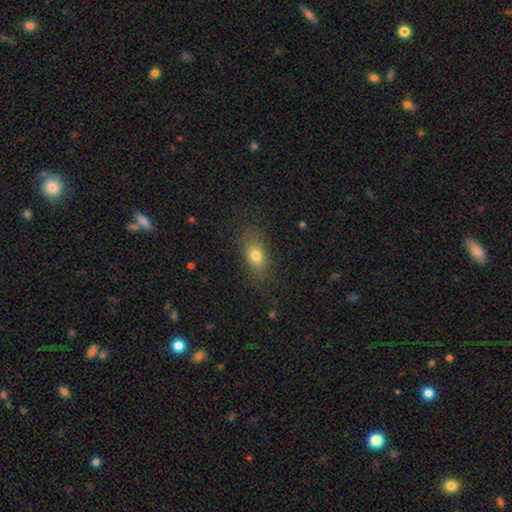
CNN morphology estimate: type=smooth (75%); roundness=in between (76%); merging=none (79%).